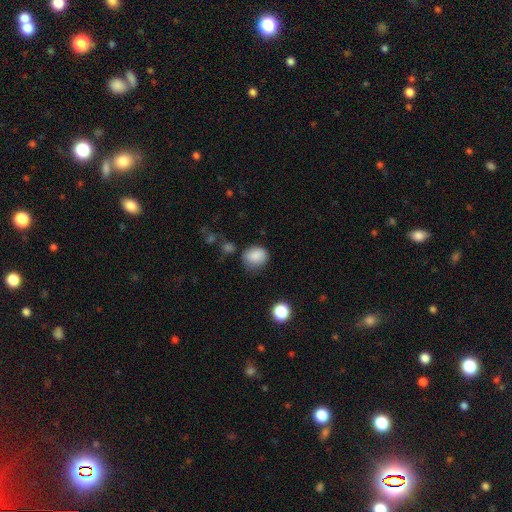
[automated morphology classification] smooth_or_featured: smooth (p=0.85) [alt: star or artifact p=0.09]
how_rounded: round (p=0.60) [alt: in between p=0.39]
merging: none (p=0.68) [alt: minor disturbance p=0.23]